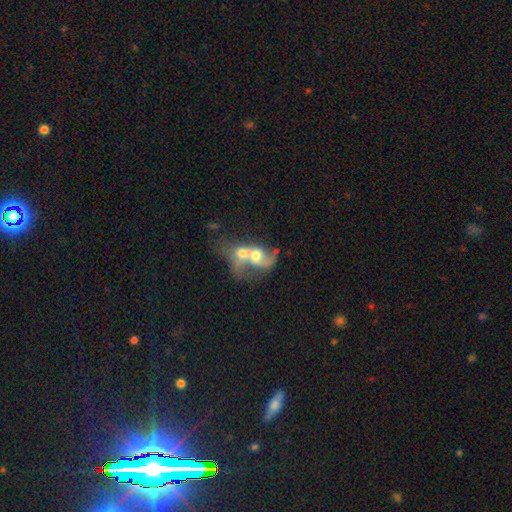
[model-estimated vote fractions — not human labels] Overall: featured or disk (52%; smooth 39%). Edge-on disk: no (96%). Bar: no (73%). Spiral arms: yes (52%; no 48%). Bulge size: moderate (54%; large 21%). Merging: merger (80%).